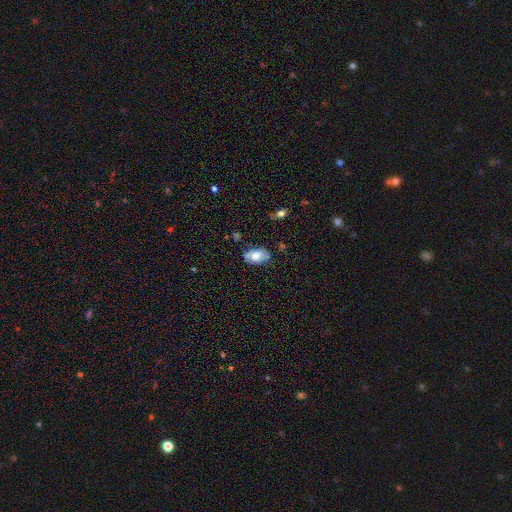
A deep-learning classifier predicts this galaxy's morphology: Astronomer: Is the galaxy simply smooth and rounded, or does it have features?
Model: smooth — 69%.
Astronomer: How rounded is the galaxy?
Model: in between — 91%.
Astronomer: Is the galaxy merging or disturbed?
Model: none — 70%.